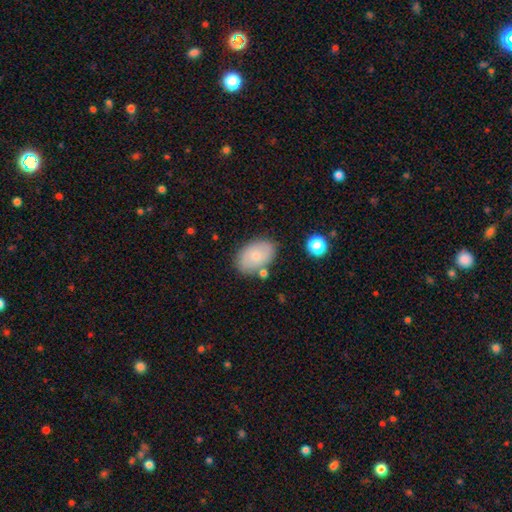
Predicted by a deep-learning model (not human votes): smooth-or-featured: smooth: 72% | featured or disk: 20% | star or artifact: 7%
  how-rounded: in between: 89% | round: 10% | cigar-shaped: 1%
  merging: none: 77% | minor disturbance: 15% | merger: 5% | major disturbance: 3%